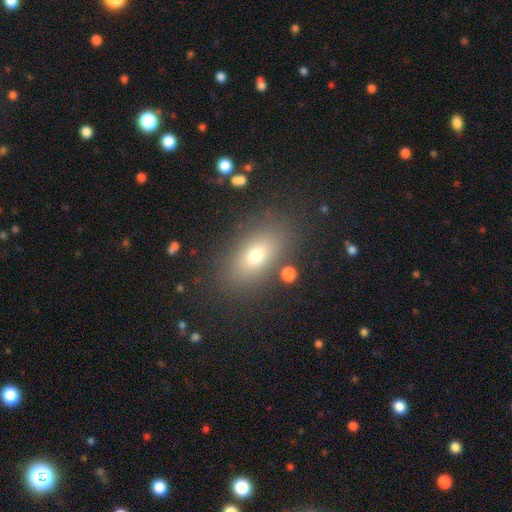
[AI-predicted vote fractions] Q: Smooth or featured?
A: smooth (69%); runner-up: featured or disk (17%)
Q: How rounded?
A: in between (83%); runner-up: round (10%)
Q: Merging?
A: none (84%); runner-up: minor disturbance (9%)